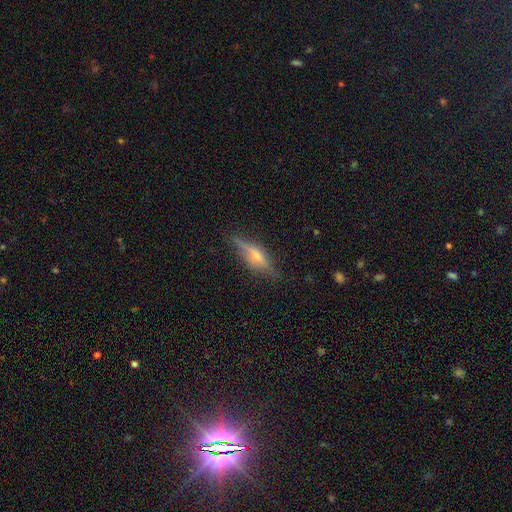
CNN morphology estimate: Smooth or featured? Predicted: featured or disk (p=0.69). Edge-on disk? Predicted: yes (p=0.94). Edge-on bulge? Predicted: rounded (p=0.87). Merging? Predicted: none (p=0.81).